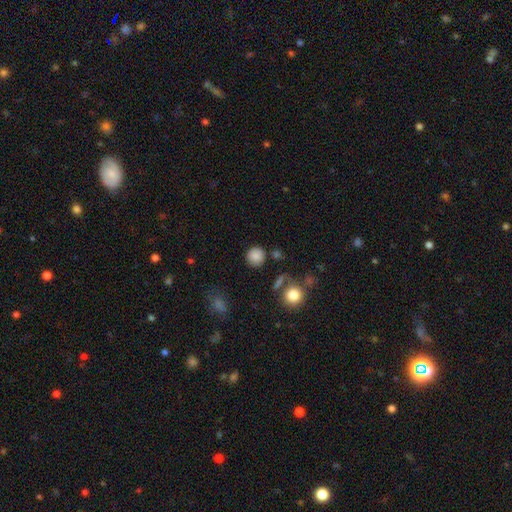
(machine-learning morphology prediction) smooth_or_featured: smooth (p=0.84) [alt: star or artifact p=0.11]
how_rounded: round (p=0.91) [alt: in between p=0.08]
merging: none (p=0.84) [alt: minor disturbance p=0.09]